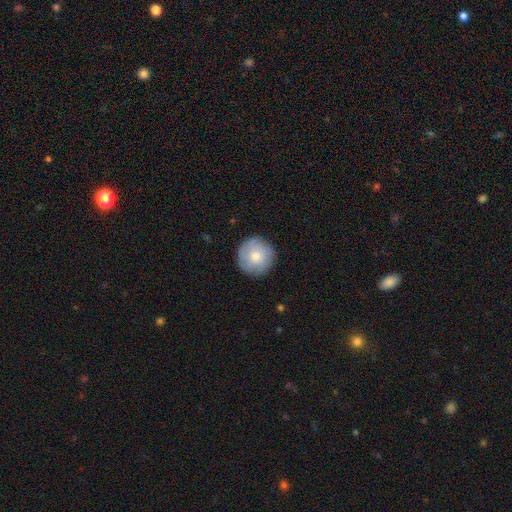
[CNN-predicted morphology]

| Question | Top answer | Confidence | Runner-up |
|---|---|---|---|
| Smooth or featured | smooth | 71% | featured or disk (23%) |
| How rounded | round | 96% | in between (3%) |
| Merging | none | 87% | minor disturbance (9%) |